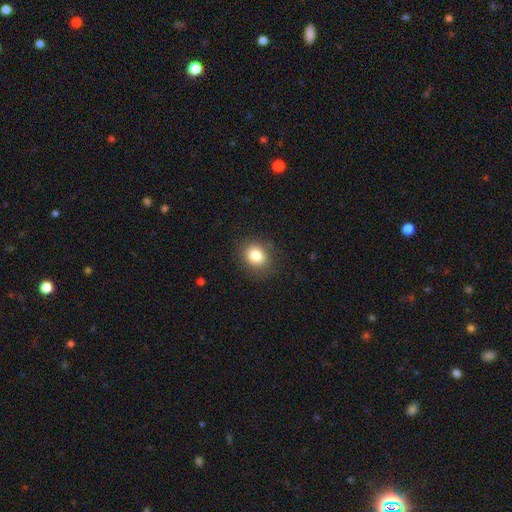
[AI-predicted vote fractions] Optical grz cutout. It shows a smooth galaxy with no disk features (81%) that is round (63%). Merging: none (84%).